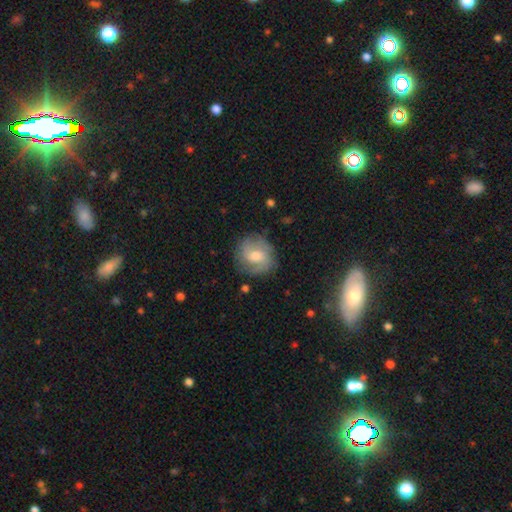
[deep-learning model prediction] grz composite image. It shows a featured or disk galaxy (60%) with no bar (48%), 2 (59%) medium (44%) spiral arms (87%) and a moderate central bulge (60%). Merging: none (75%).